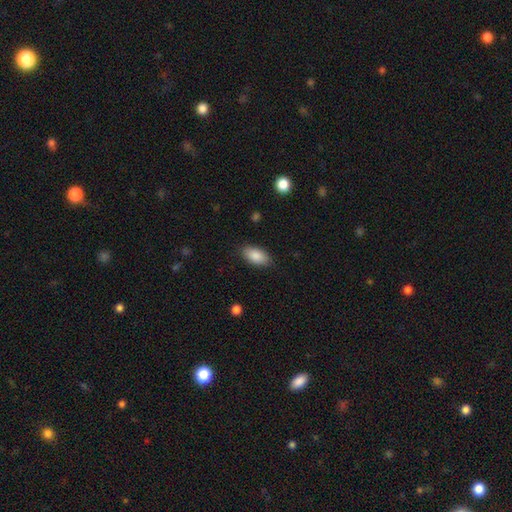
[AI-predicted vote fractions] Q: Smooth or featured?
A: smooth (87%); runner-up: star or artifact (7%)
Q: How rounded?
A: in between (93%); runner-up: cigar-shaped (4%)
Q: Merging?
A: none (86%); runner-up: minor disturbance (11%)